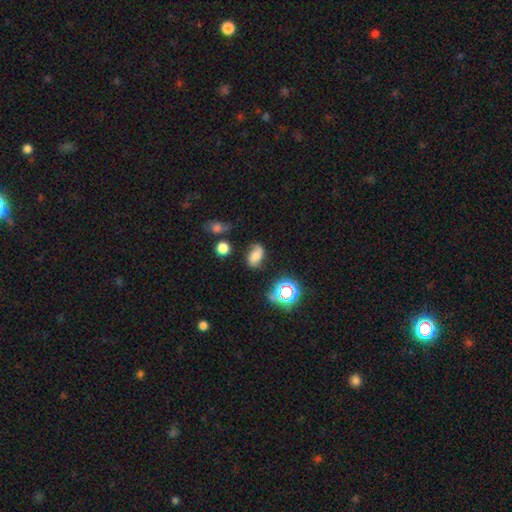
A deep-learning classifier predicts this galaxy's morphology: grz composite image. It shows a smooth galaxy with no disk features (42%). Merging: none (63%).